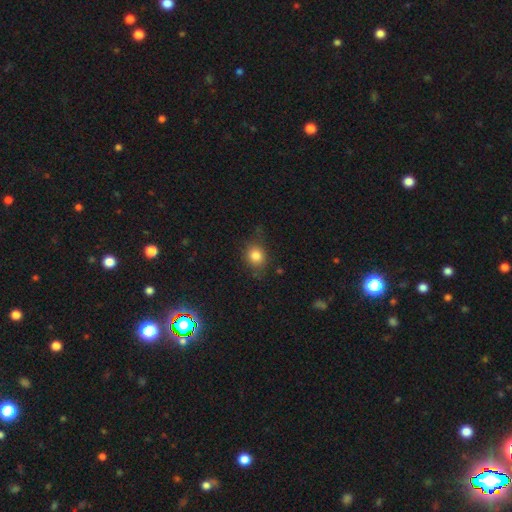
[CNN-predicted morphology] Smooth or featured: smooth — 81% (star or artifact — 11%)
How rounded: round — 66% (in between — 33%)
Merging: none — 74% (minor disturbance — 19%)